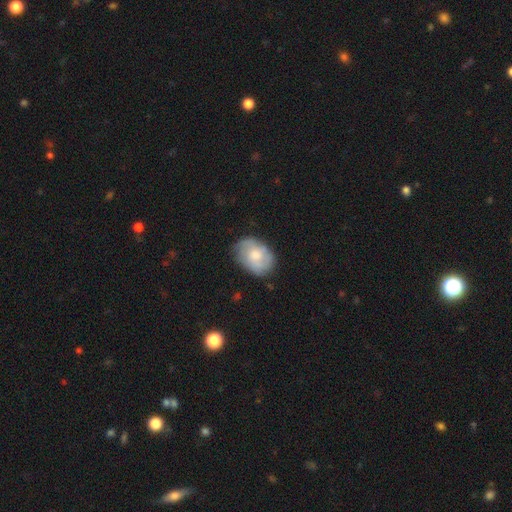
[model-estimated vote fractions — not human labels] This is possibly a smooth galaxy (52%). How rounded: likely in between (73%). Merging: likely none (69%).